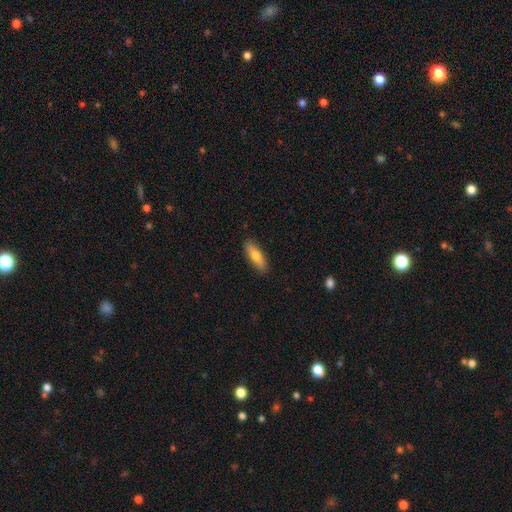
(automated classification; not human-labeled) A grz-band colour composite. It shows a smooth galaxy with no disk features (70%) that is cigar-shaped (50%). Merging: none (87%).